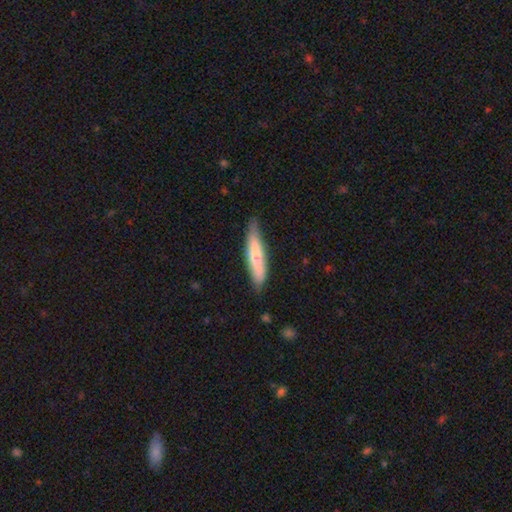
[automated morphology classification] Q: Smooth or featured?
A: smooth (71%); runner-up: featured or disk (23%)
Q: How rounded?
A: cigar-shaped (86%); runner-up: in between (13%)
Q: Merging?
A: none (75%); runner-up: minor disturbance (21%)